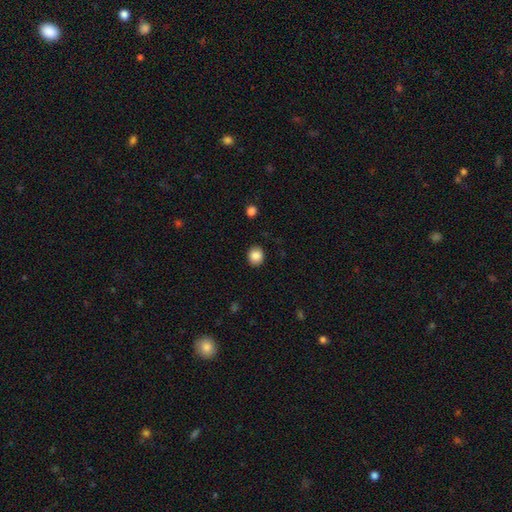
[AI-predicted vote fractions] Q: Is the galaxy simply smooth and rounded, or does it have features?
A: smooth — 88%.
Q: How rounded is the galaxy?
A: round — 71%.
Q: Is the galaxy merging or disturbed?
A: none — 88%.